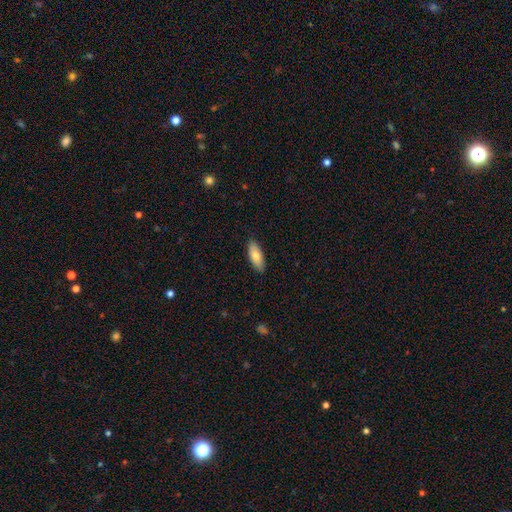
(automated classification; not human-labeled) smooth-or-featured: smooth: 79% | featured or disk: 15% | star or artifact: 6%
  how-rounded: in between: 81% | cigar-shaped: 17% | round: 2%
  merging: none: 87% | minor disturbance: 10% | major disturbance: 2% | merger: 1%